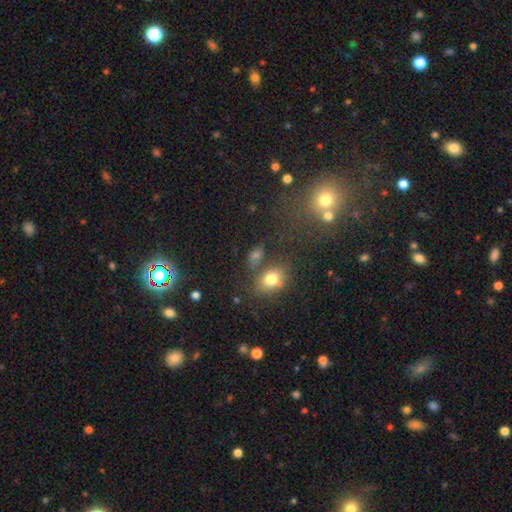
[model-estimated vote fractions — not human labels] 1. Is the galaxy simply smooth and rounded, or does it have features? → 66% smooth, 23% star or artifact, 11% featured or disk.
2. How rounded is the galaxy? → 70% in between, 27% round, 3% cigar-shaped.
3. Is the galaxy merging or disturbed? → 65% none, 15% merger, 14% minor disturbance, 6% major disturbance.